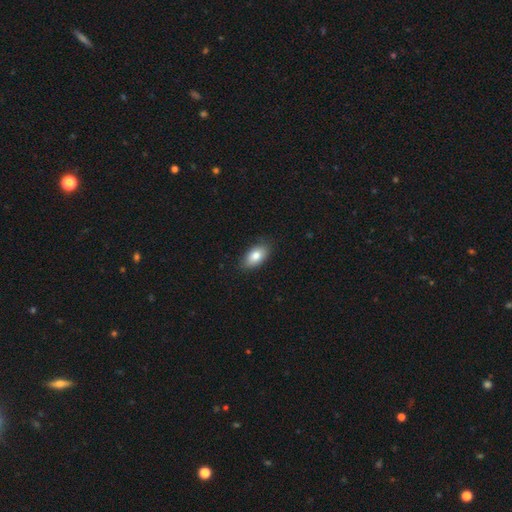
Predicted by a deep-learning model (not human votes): This is clearly a smooth galaxy (82%). How rounded: clearly in between (91%). Merging: clearly none (84%).